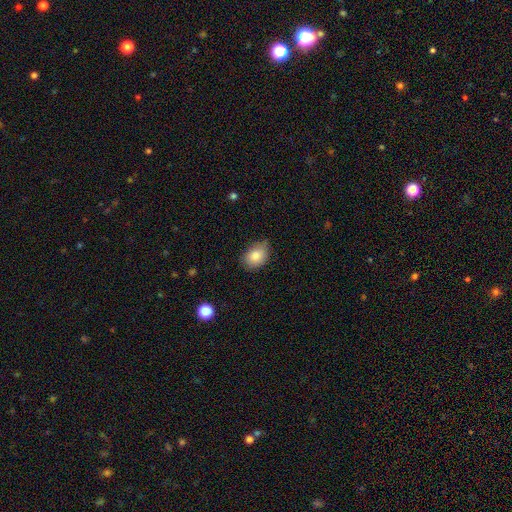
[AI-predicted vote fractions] Overall: smooth (85%). How rounded: in between (77%). Merging: none (66%; minor disturbance 28%).